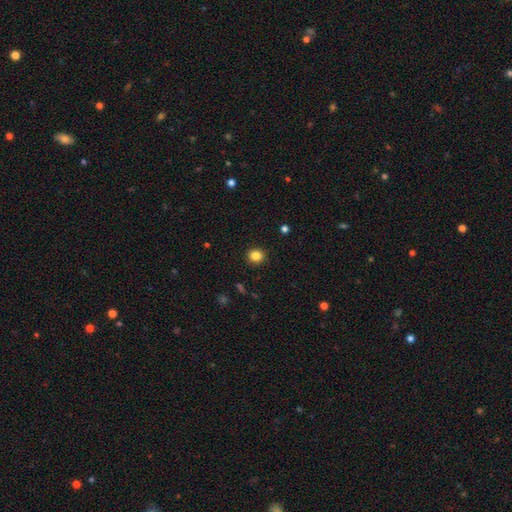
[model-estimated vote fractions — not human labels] Smooth or featured? Predicted: smooth (p=0.84). How rounded? Predicted: round (p=0.80). Merging? Predicted: none (p=0.92).